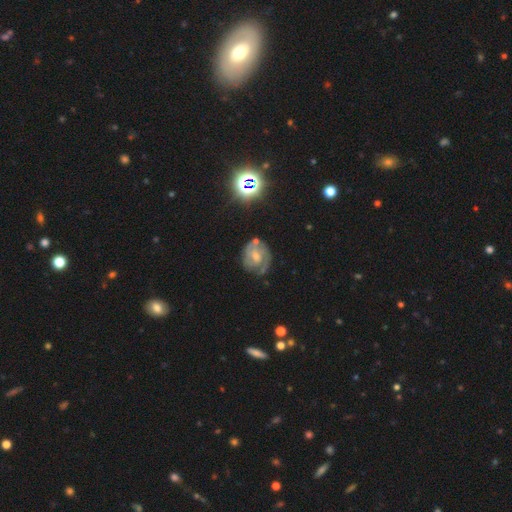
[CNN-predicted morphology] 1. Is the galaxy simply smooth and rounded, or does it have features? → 77% featured or disk, 14% smooth, 9% star or artifact.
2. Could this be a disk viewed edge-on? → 98% no, 2% yes.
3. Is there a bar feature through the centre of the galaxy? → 53% no, 40% weak, 7% strong.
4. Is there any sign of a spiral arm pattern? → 89% yes, 11% no.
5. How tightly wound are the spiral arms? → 60% tight, 31% medium, 9% loose.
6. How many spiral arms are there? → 41% 2, 31% can't tell, 12% 3, 9% 1, 3% 4, 3% more than 4.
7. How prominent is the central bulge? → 52% small, 41% moderate, 4% none, 2% large, 1% dominant.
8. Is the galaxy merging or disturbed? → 61% none, 24% minor disturbance, 11% major disturbance, 5% merger.